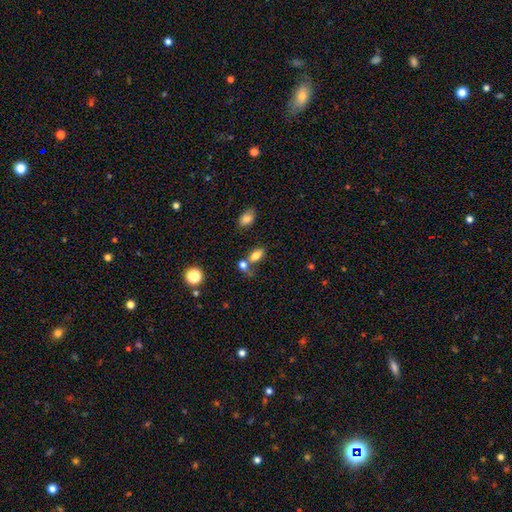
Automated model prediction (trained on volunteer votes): A smooth galaxy with no disk features (78%) that is in between round and cigar-shaped (82%). Merging: none (47%).